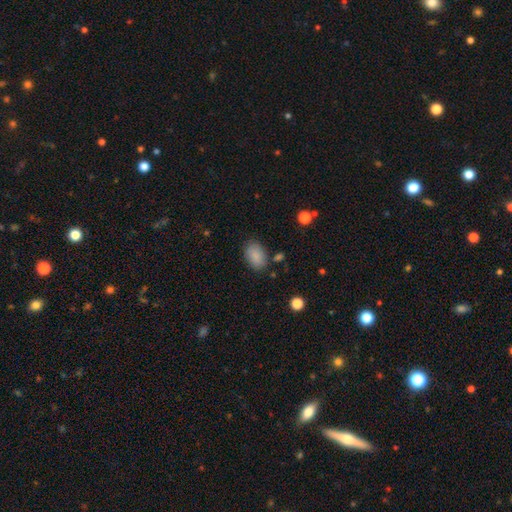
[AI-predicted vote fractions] Morphology: type=smooth (88%); roundness=in between (88%); merging=none (80%).